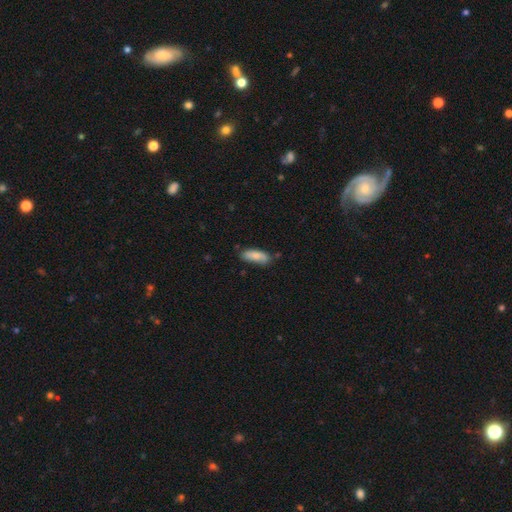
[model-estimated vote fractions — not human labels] Smooth or featured? Predicted: smooth (p=0.83). How rounded? Predicted: in between (p=0.67). Merging? Predicted: none (p=0.72).